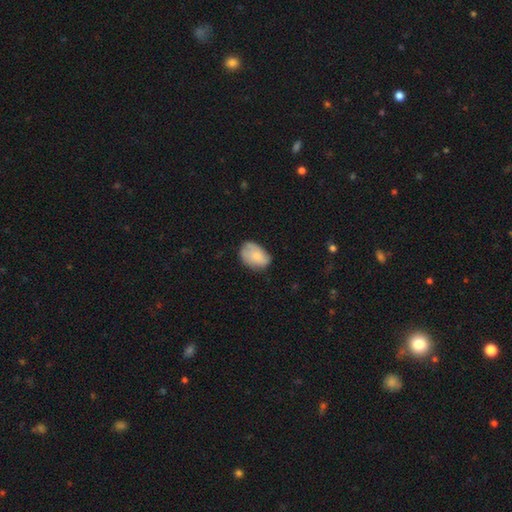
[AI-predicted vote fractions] Overall: smooth (73%). How rounded: in between (83%). Merging: none (58%; minor disturbance 32%).